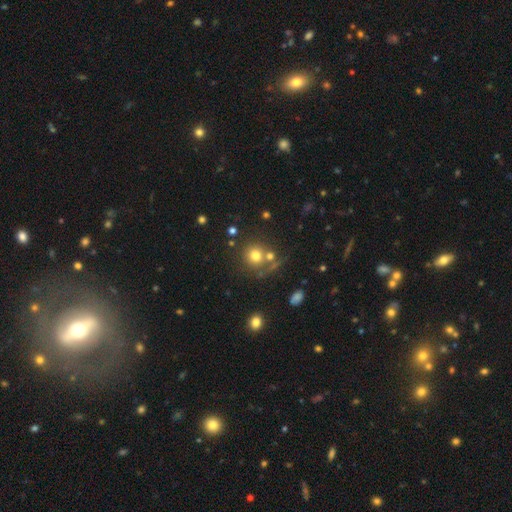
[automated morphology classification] A smooth galaxy with no disk features (74%) that is round (88%). Merging: none (62%).